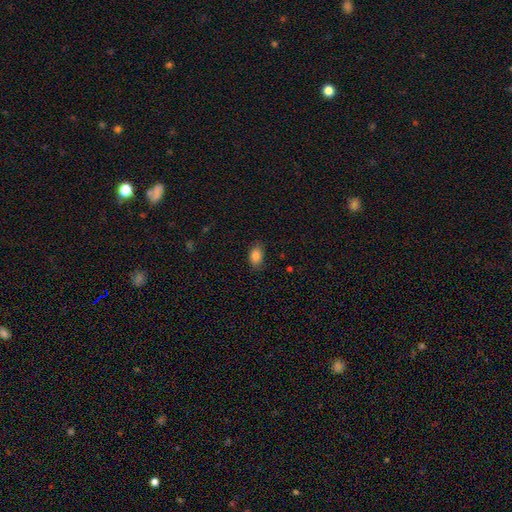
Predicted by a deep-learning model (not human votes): smooth 86%, star or artifact 9%, featured or disk 6%. Down the decision tree: how rounded — in between (88%); merging — none (82%).